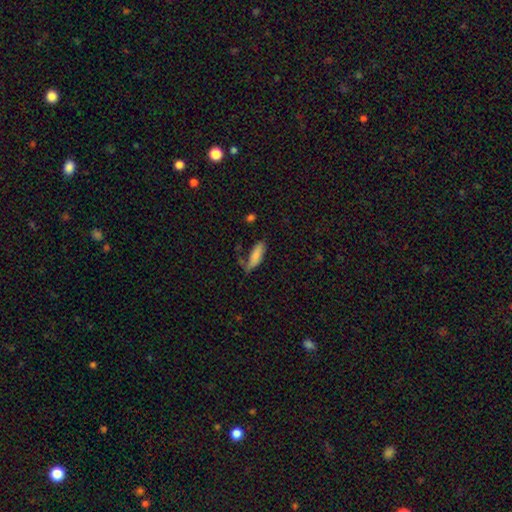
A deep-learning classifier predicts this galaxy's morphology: smooth 81%, featured or disk 12%, star or artifact 7%. Down the decision tree: how rounded — in between (52%); merging — none (55%).